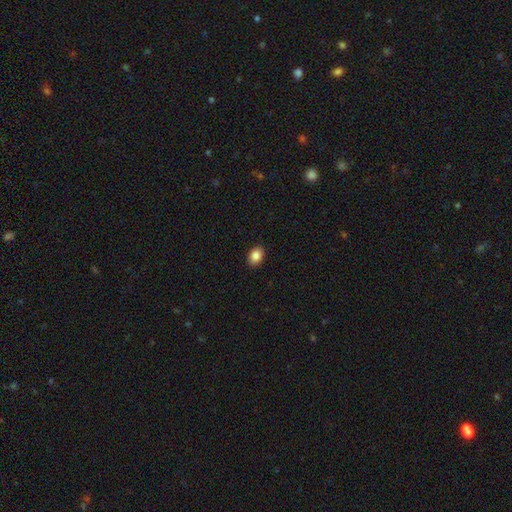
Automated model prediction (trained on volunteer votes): Smooth or featured?
  - smooth: 86% *
  - star or artifact: 8%
  - featured or disk: 5%
How rounded?
  - in between: 76% *
  - round: 23%
  - cigar-shaped: 1%
Merging?
  - none: 91% *
  - minor disturbance: 7%
  - major disturbance: 2%
  - merger: 1%